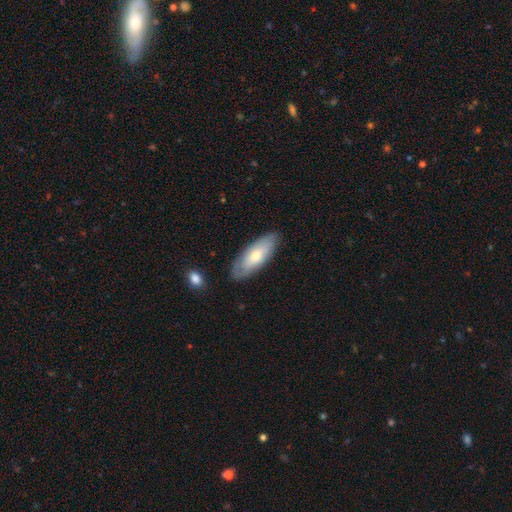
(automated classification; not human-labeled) A smooth galaxy with no disk features (60%) that is in between round and cigar-shaped (73%). Merging: none (83%).